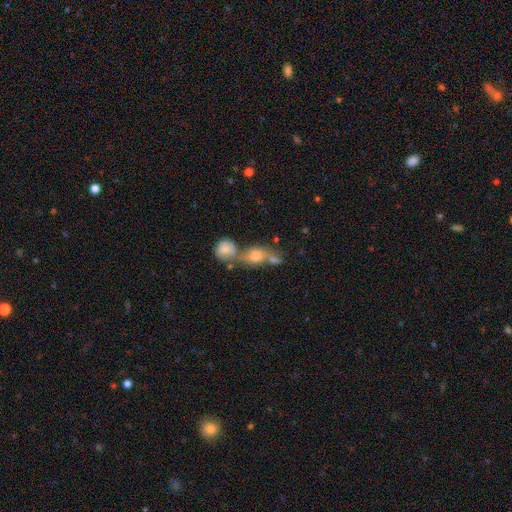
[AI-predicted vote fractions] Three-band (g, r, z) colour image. It shows a smooth galaxy with no disk features (54%) that is round (45%). Merging: merger (54%).